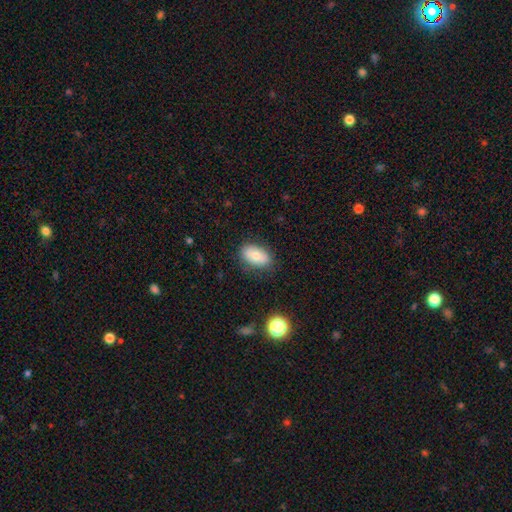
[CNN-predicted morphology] Smooth or featured: smooth — 71% (featured or disk — 20%)
How rounded: in between — 90% (round — 9%)
Merging: none — 81% (minor disturbance — 14%)